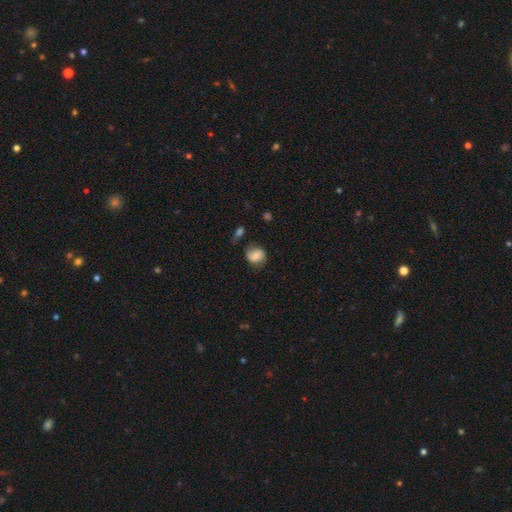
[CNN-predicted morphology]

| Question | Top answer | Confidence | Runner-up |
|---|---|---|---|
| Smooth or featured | smooth | 67% | featured or disk (24%) |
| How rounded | round | 66% | in between (32%) |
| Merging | none | 63% | minor disturbance (24%) |